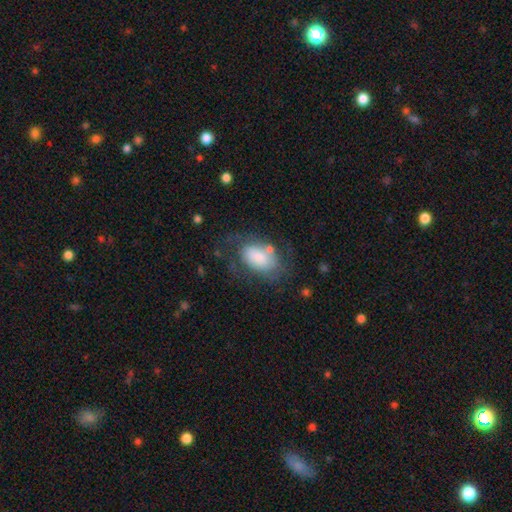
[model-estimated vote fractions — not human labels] A smooth galaxy with no disk features (58%) that is in between round and cigar-shaped (90%). Merging: none (48%).